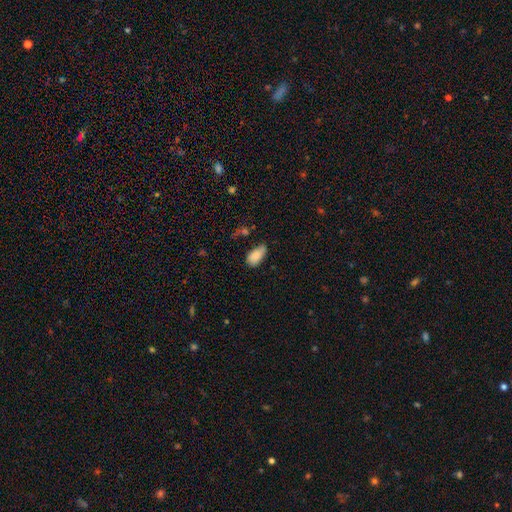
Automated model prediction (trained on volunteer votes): smooth 86%, star or artifact 8%, featured or disk 6%. Down the decision tree: how rounded — in between (93%); merging — none (54%).